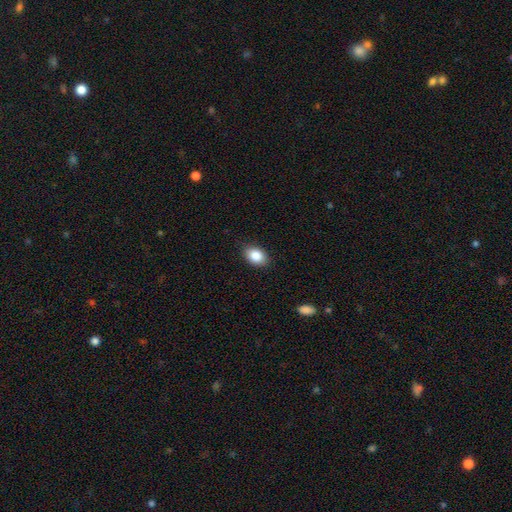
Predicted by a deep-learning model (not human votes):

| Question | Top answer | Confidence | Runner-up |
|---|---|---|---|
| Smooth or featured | smooth | 86% | star or artifact (8%) |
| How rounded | in between | 79% | round (20%) |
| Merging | none | 86% | minor disturbance (10%) |